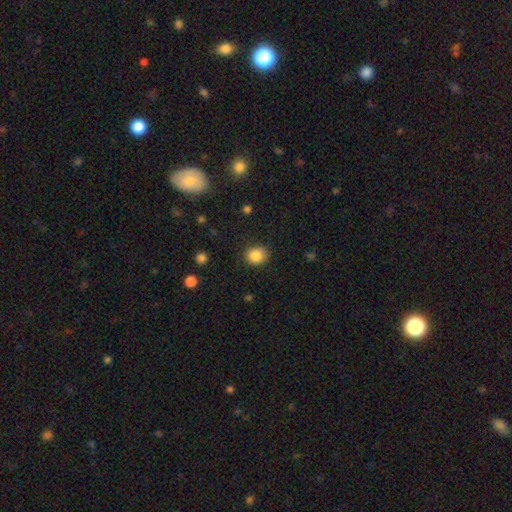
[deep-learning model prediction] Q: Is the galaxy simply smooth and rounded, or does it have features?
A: smooth — 87%.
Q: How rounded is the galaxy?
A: round — 73%.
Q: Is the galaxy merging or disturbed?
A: none — 85%.